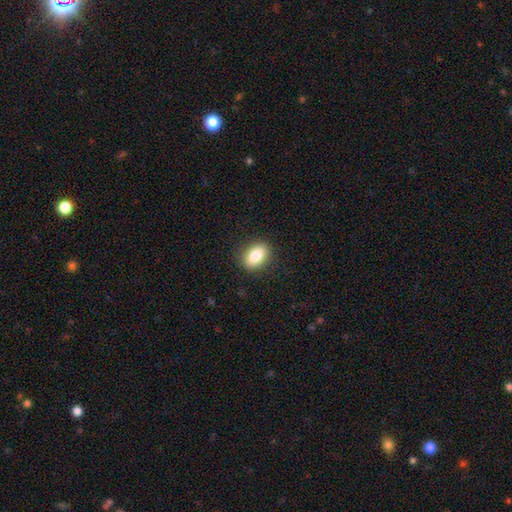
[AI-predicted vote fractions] Smooth or featured?
  - smooth: 85% *
  - star or artifact: 8%
  - featured or disk: 7%
How rounded?
  - in between: 83% *
  - round: 15%
  - cigar-shaped: 2%
Merging?
  - none: 88% *
  - minor disturbance: 9%
  - major disturbance: 2%
  - merger: 1%